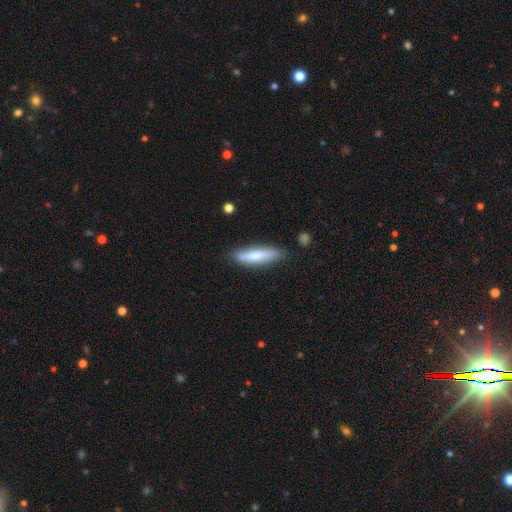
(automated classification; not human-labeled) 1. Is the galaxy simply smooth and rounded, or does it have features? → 70% smooth, 24% featured or disk, 6% star or artifact.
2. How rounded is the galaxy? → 75% cigar-shaped, 23% in between, 1% round.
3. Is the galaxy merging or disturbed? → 79% none, 16% minor disturbance, 3% major disturbance, 2% merger.